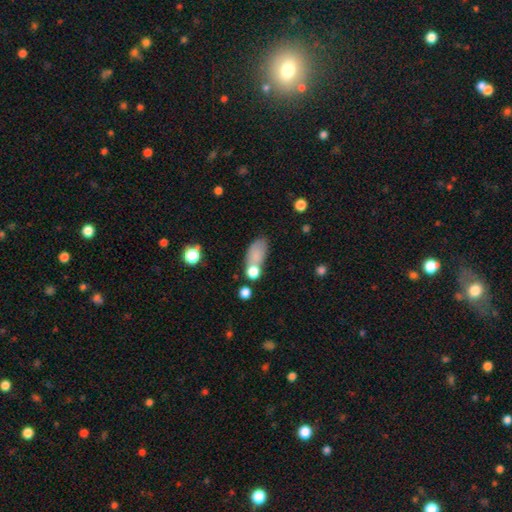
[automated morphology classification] Q: Smooth or featured?
A: smooth (77%); runner-up: featured or disk (12%)
Q: How rounded?
A: in between (88%); runner-up: round (8%)
Q: Merging?
A: none (49%); runner-up: minor disturbance (21%)